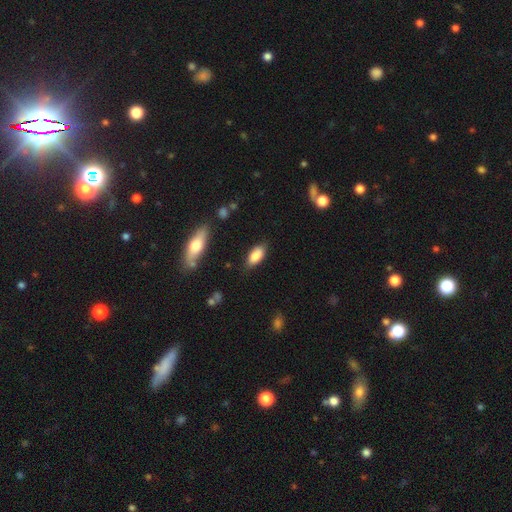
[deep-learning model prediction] This appears to be a smooth galaxy with no disk features (84%) that is in between round and cigar-shaped (87%). Merging: none (78%).